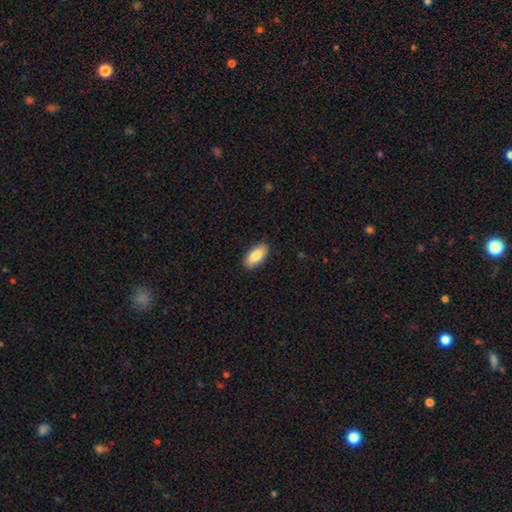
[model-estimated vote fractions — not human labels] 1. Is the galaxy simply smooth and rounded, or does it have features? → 84% smooth, 10% featured or disk, 6% star or artifact.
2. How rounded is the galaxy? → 89% in between, 9% cigar-shaped, 2% round.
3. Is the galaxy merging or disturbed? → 89% none, 8% minor disturbance, 2% major disturbance, 1% merger.